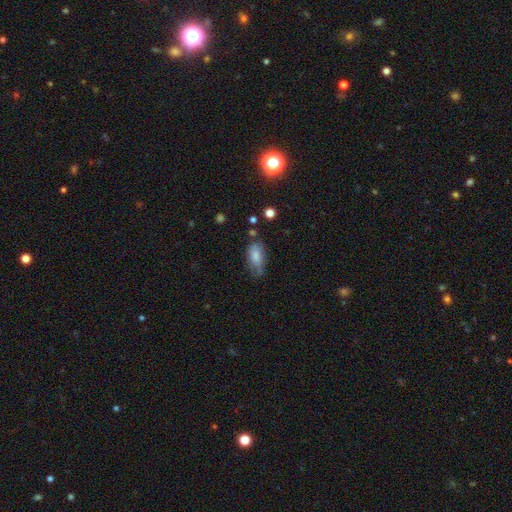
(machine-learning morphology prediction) The model was most divided on "merging": none: 52%, minor disturbance: 34%, major disturbance: 11%, merger: 3%. More confident: how rounded — in between (88%); smooth or featured — smooth (78%).